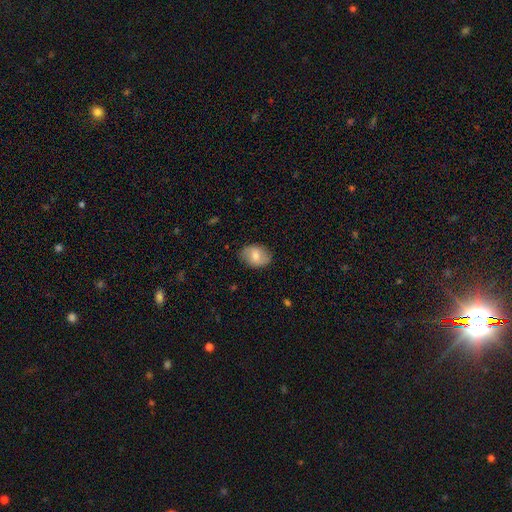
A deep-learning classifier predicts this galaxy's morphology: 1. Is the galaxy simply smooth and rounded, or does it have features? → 69% smooth, 24% featured or disk, 7% star or artifact.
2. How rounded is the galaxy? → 74% in between, 25% round, 1% cigar-shaped.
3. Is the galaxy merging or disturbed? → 82% none, 14% minor disturbance, 3% major disturbance, 1% merger.